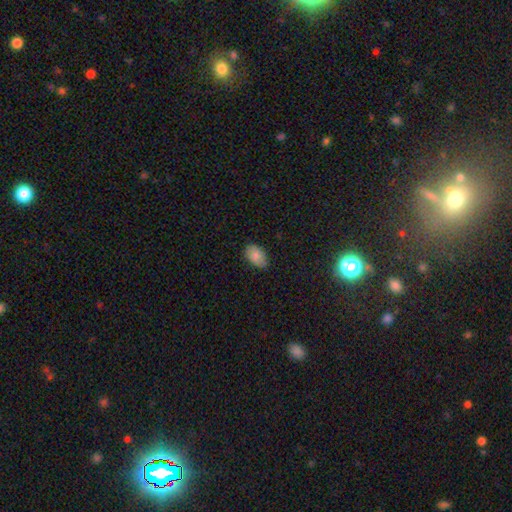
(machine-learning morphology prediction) type=smooth (86%); roundness=in between (90%); merging=none (83%).